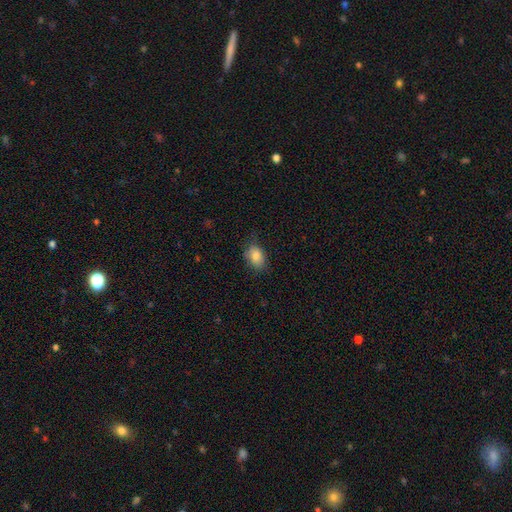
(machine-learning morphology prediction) smooth_or_featured: smooth (p=0.83) [alt: featured or disk p=0.08]
how_rounded: in between (p=0.78) [alt: round p=0.21]
merging: none (p=0.74) [alt: minor disturbance p=0.21]